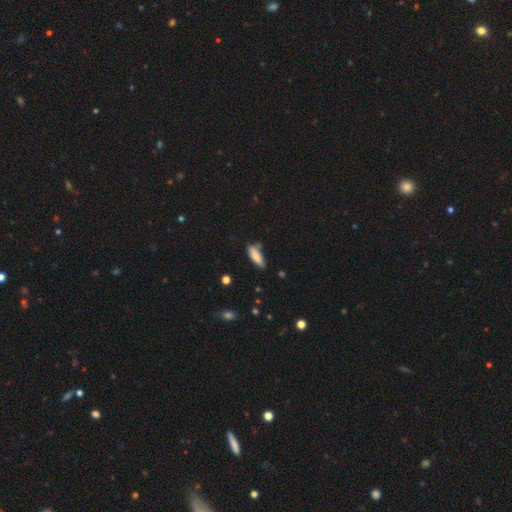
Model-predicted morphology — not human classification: smooth 84%, featured or disk 9%, star or artifact 7%. Down the decision tree: how rounded — in between (60%); merging — none (60%).